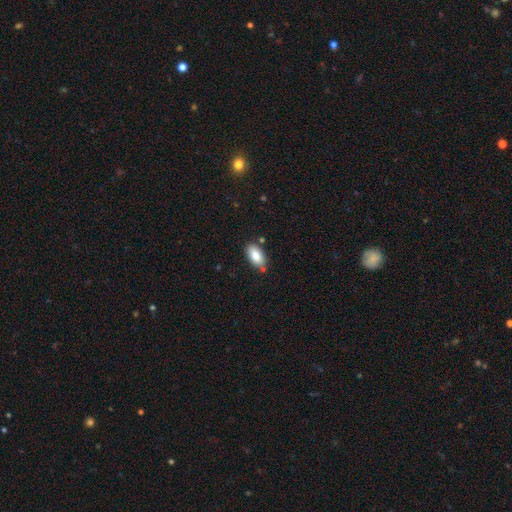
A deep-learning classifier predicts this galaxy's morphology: This is clearly a smooth galaxy (84%). How rounded: clearly in between (93%). Merging: likely none (77%).